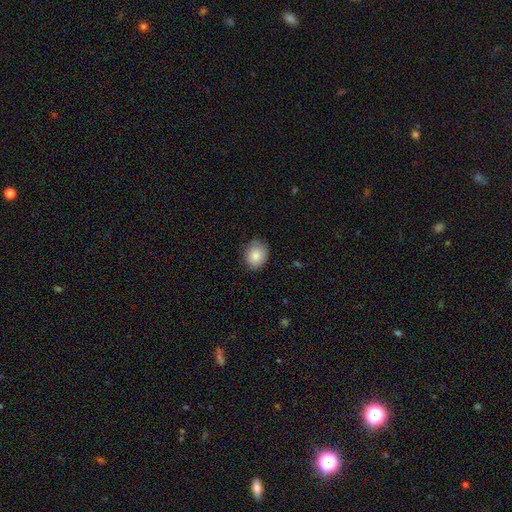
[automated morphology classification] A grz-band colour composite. It shows a smooth galaxy with no disk features (85%) that is round (56%). Merging: none (82%).